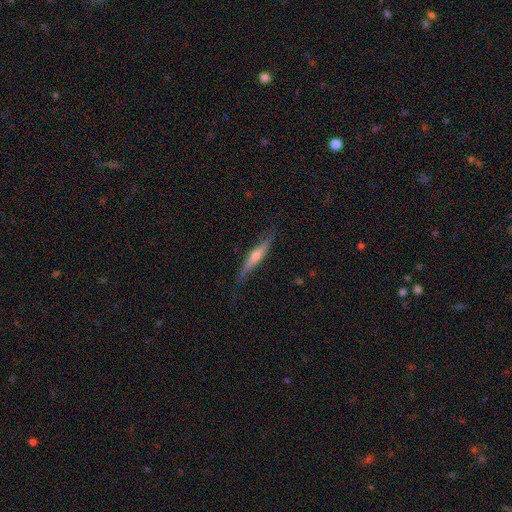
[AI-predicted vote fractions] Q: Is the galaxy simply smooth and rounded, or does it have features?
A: featured or disk — 65%.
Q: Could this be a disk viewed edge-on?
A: yes — 95%.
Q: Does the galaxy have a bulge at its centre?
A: rounded — 83%.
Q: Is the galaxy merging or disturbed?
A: none — 81%.